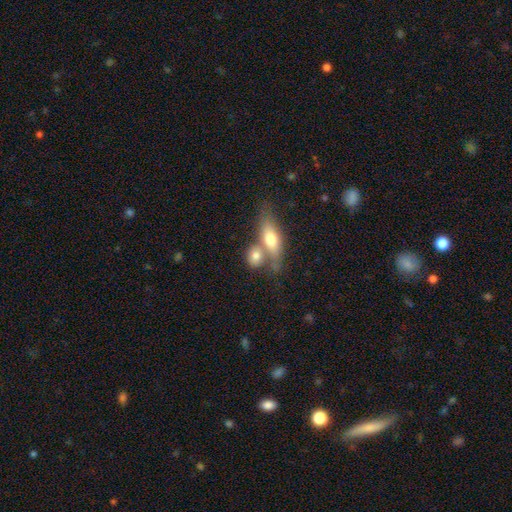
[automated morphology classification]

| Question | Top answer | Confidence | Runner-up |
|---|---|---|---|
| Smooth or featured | smooth | 74% | featured or disk (19%) |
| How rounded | in between | 54% | round (35%) |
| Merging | merger | 52% | none (34%) |